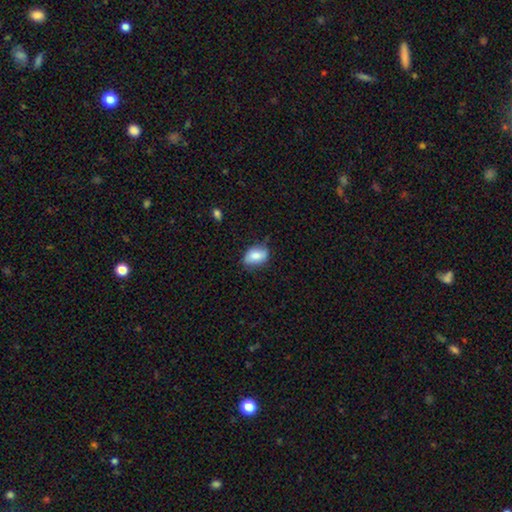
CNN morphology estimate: type=smooth (75%); roundness=in between (84%); merging=none (67%).